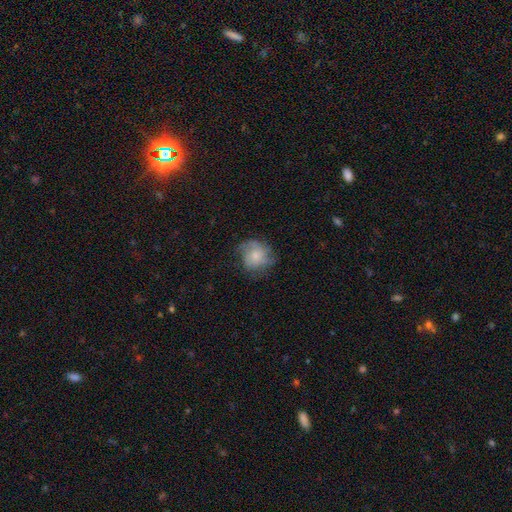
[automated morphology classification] Smooth or featured? Predicted: smooth (p=0.58). How rounded? Predicted: round (p=0.80). Merging? Predicted: none (p=0.56).